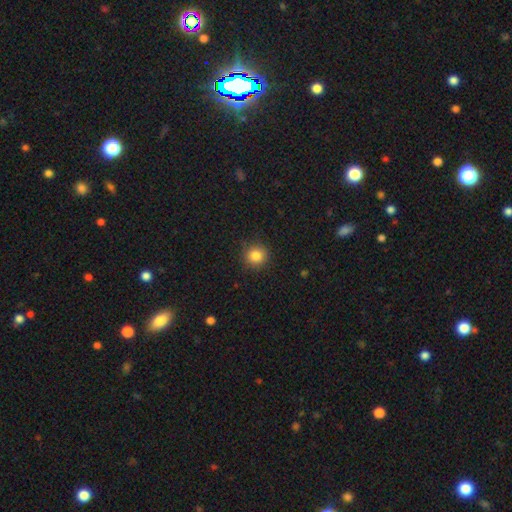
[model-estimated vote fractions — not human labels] smooth_or_featured: smooth (p=0.84) [alt: star or artifact p=0.11]
how_rounded: round (p=0.91) [alt: in between p=0.08]
merging: none (p=0.89) [alt: minor disturbance p=0.08]